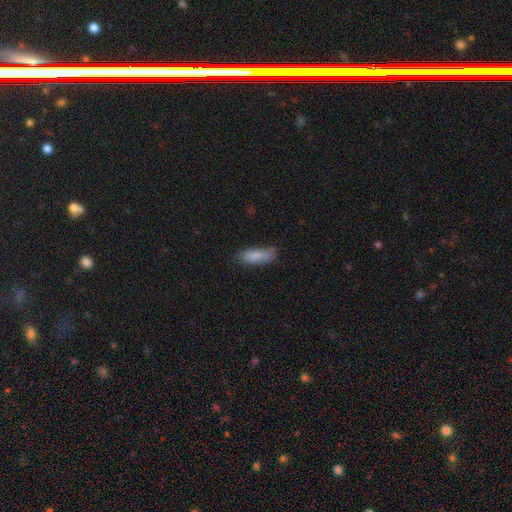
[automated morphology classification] Smooth or featured?
  - smooth: 84% *
  - featured or disk: 10%
  - star or artifact: 7%
How rounded?
  - in between: 64% *
  - cigar-shaped: 34%
  - round: 2%
Merging?
  - none: 67% *
  - minor disturbance: 25%
  - major disturbance: 6%
  - merger: 2%